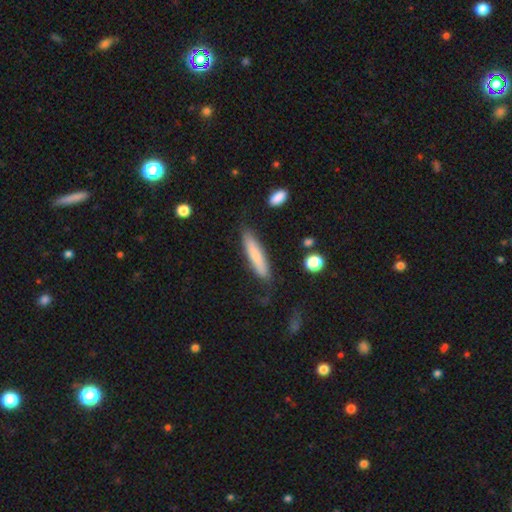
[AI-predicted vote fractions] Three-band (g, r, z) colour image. It shows a smooth galaxy with no disk features (75%) that is cigar-shaped (86%). Merging: none (79%).